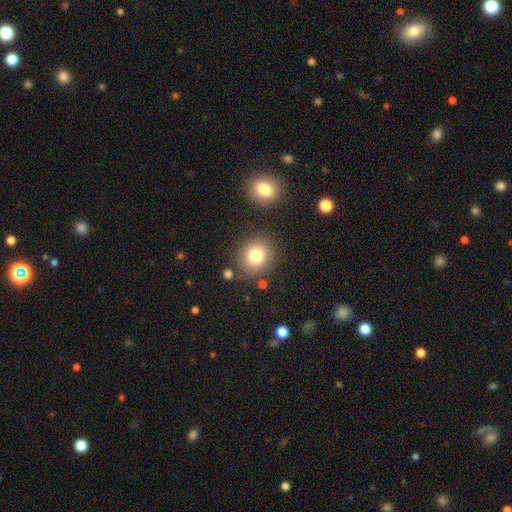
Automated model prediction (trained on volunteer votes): Smooth or featured? Predicted: smooth (p=0.80). How rounded? Predicted: round (p=0.85). Merging? Predicted: none (p=0.82).